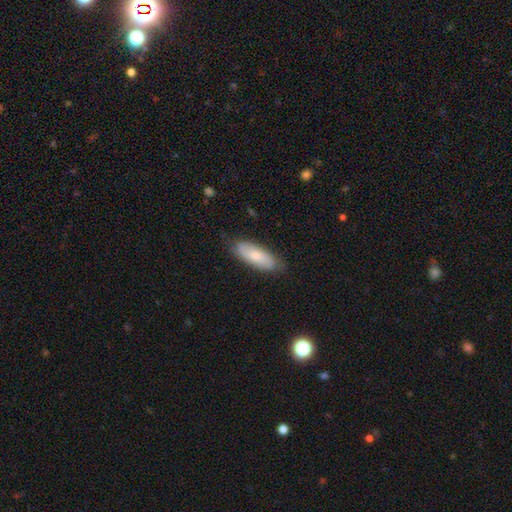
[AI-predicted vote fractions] A smooth galaxy with no disk features (64%) that is in between round and cigar-shaped (74%). Merging: none (80%).